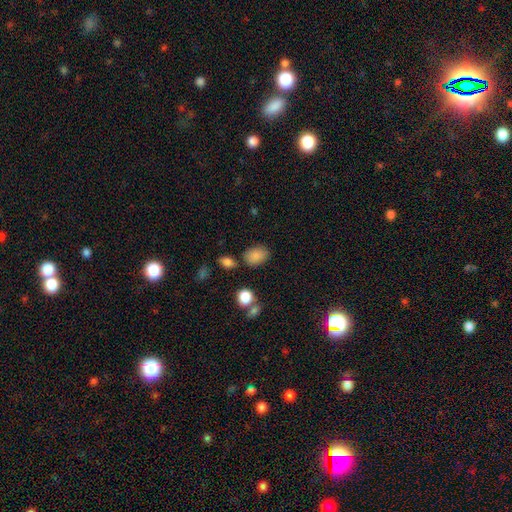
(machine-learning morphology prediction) Q: Smooth or featured?
A: smooth (85%); runner-up: star or artifact (9%)
Q: How rounded?
A: in between (78%); runner-up: round (21%)
Q: Merging?
A: none (76%); runner-up: minor disturbance (14%)